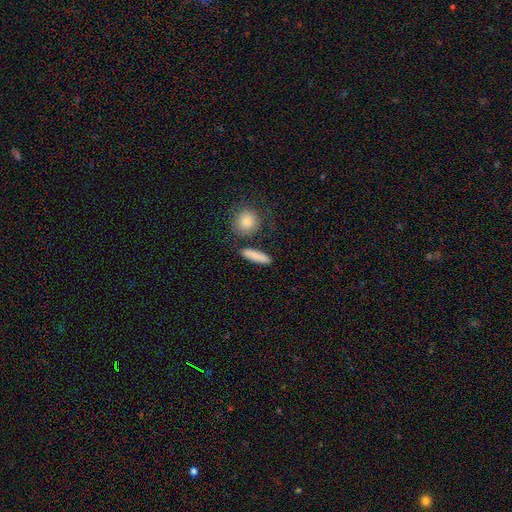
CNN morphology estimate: type=smooth (84%); roundness=cigar-shaped (65%); merging=none (82%).